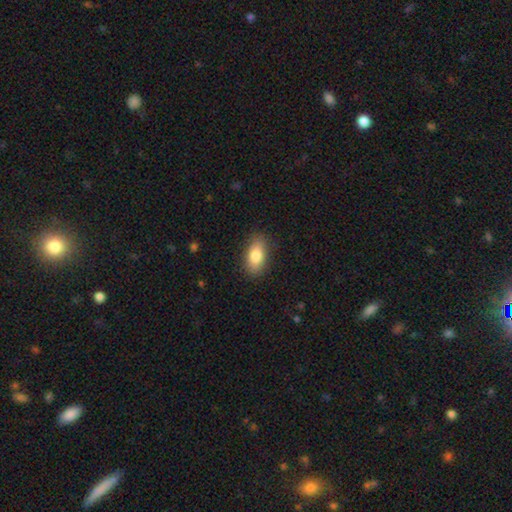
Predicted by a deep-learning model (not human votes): A smooth galaxy with no disk features (83%) that is in between round and cigar-shaped (89%). Merging: none (86%).